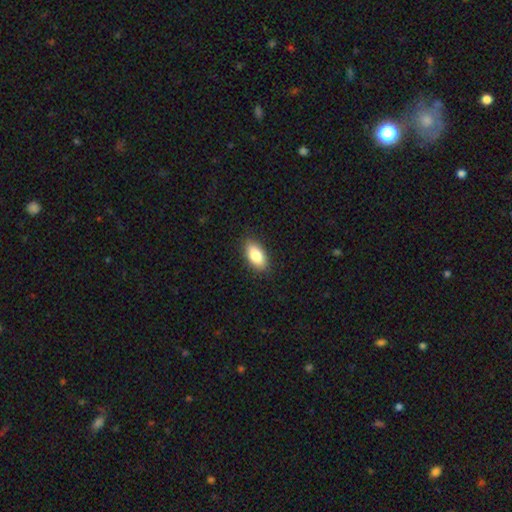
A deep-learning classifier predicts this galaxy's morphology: Smooth or featured: smooth — 83% (featured or disk — 10%)
How rounded: in between — 91% (cigar-shaped — 5%)
Merging: none — 87% (minor disturbance — 10%)